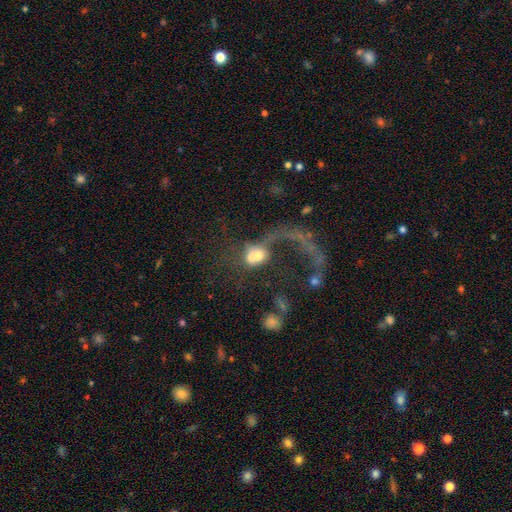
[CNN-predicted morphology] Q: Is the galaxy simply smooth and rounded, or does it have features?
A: smooth — 47%.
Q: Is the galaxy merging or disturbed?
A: major disturbance — 41%.